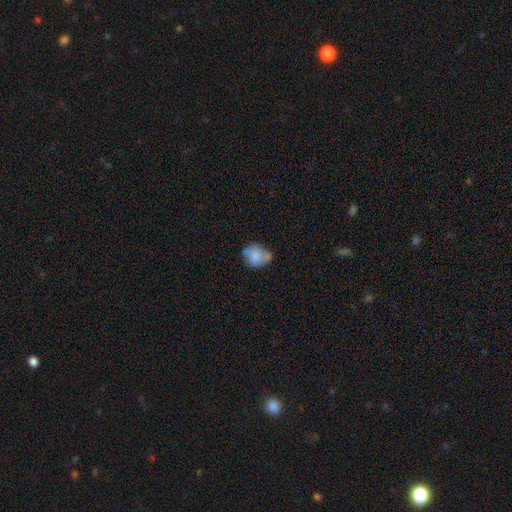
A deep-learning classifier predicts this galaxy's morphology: Q: Smooth or featured?
A: smooth (67%); runner-up: featured or disk (25%)
Q: How rounded?
A: round (54%); runner-up: in between (44%)
Q: Merging?
A: none (45%); runner-up: minor disturbance (29%)